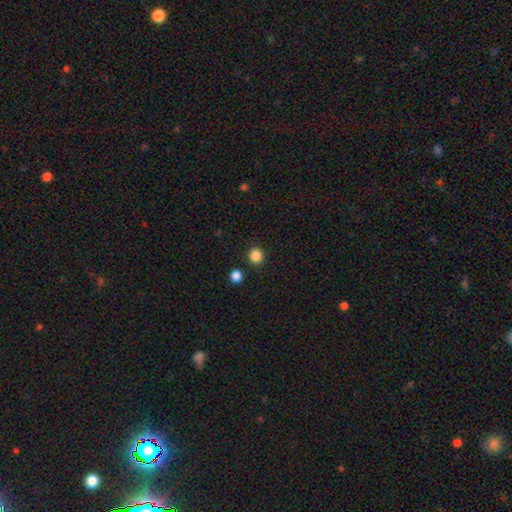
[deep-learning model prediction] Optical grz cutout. It shows a smooth galaxy with no disk features (86%) that is round (87%). Merging: none (88%).